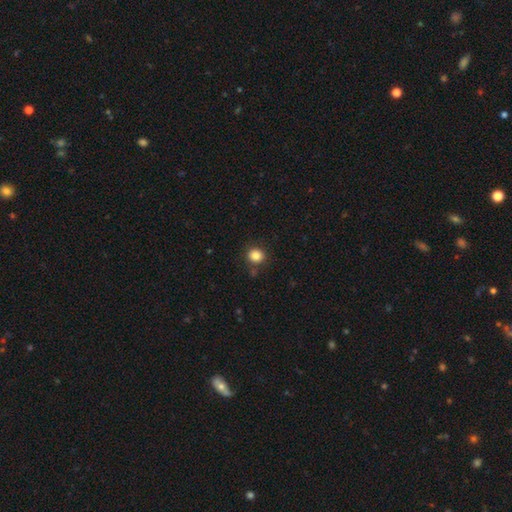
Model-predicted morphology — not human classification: smooth-or-featured: smooth: 84% | star or artifact: 11% | featured or disk: 5%
  how-rounded: round: 84% | in between: 15% | cigar-shaped: 1%
  merging: none: 84% | minor disturbance: 10% | merger: 3% | major disturbance: 3%